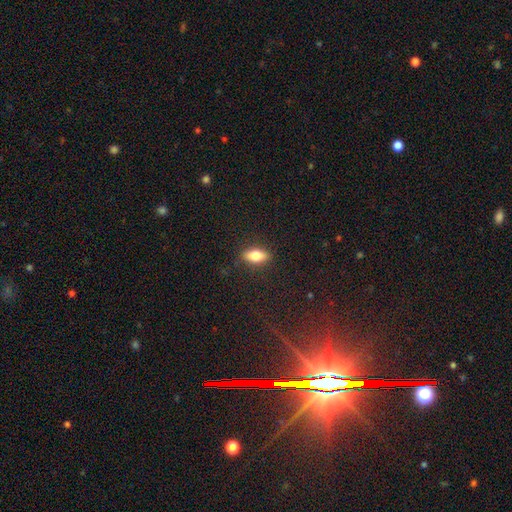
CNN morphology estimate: Overall: smooth (73%). How rounded: in between (79%). Merging: none (87%).